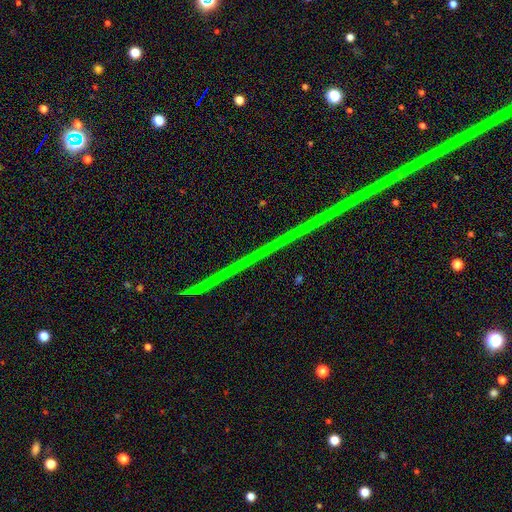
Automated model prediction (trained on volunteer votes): Smooth or featured? star or artifact (84%)